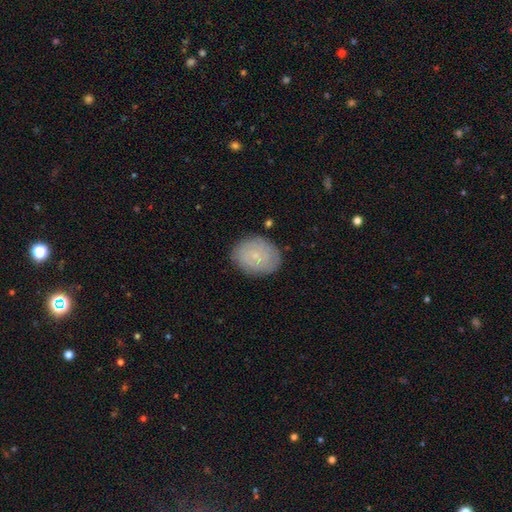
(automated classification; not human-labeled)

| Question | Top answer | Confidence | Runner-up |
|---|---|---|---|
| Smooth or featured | smooth | 63% | featured or disk (29%) |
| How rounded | in between | 55% | round (44%) |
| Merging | none | 83% | minor disturbance (12%) |